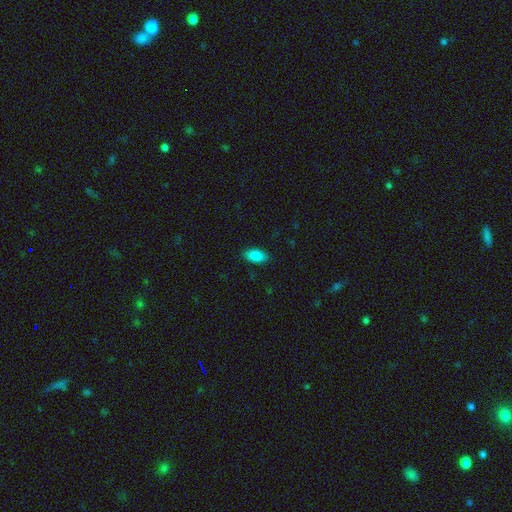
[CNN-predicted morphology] Overall: smooth (86%). How rounded: in between (92%). Merging: none (88%).